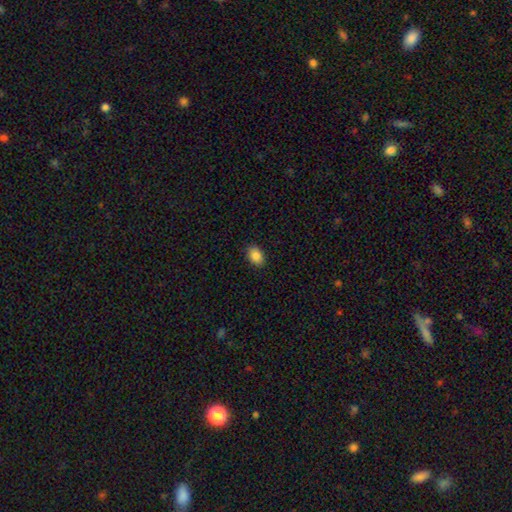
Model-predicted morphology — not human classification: The model was most divided on "how rounded": in between: 84%, round: 15%, cigar-shaped: 1%. More confident: merging — none (89%); smooth or featured — smooth (87%).